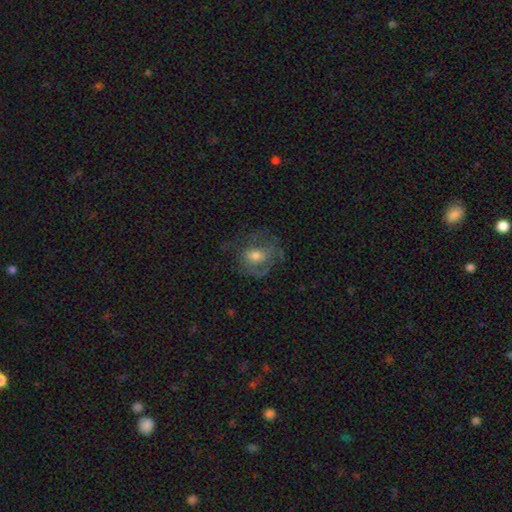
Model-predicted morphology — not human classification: smooth_or_featured: featured or disk (p=0.52) [alt: smooth p=0.37]
disk_edge_on: no (p=0.96) [alt: yes p=0.04]
merging: none (p=0.56) [alt: major disturbance p=0.22]